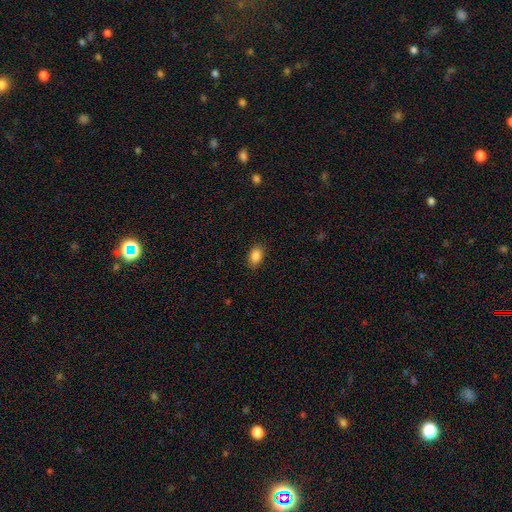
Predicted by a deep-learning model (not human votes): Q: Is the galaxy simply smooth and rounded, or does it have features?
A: smooth — 87%.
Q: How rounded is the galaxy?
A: in between — 87%.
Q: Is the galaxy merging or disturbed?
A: none — 86%.